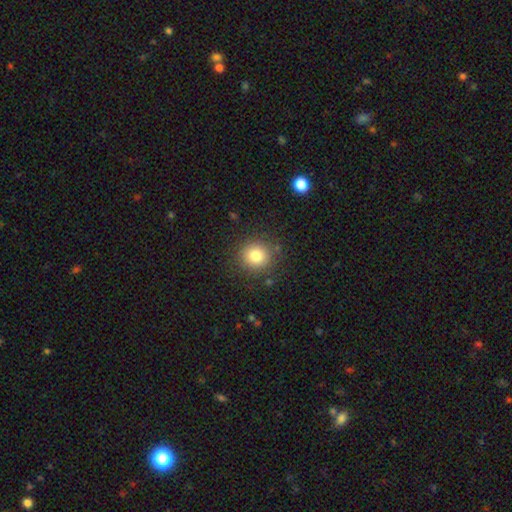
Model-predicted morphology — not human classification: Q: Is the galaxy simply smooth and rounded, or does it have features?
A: smooth — 82%.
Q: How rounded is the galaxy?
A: round — 89%.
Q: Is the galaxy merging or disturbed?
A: none — 86%.